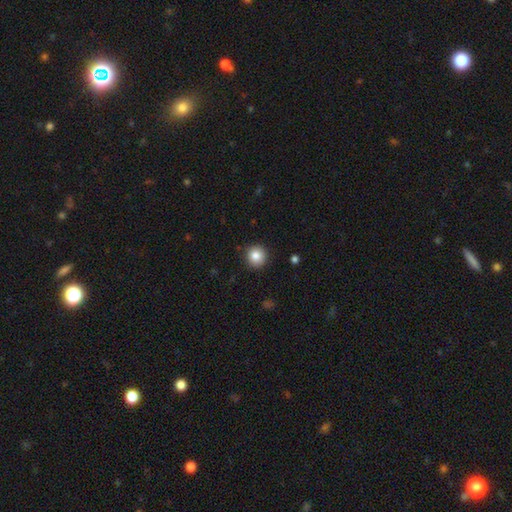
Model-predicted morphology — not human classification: This appears to be a smooth galaxy with no disk features (84%) that is round (94%). Merging: none (91%).